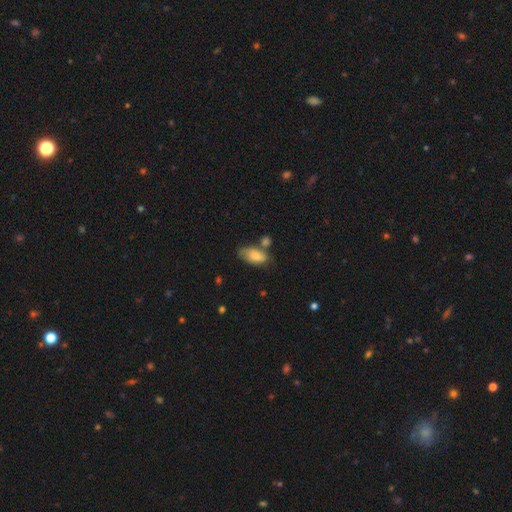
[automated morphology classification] A smooth galaxy with no disk features (78%) that is in between round and cigar-shaped (91%). Merging: none (45%).